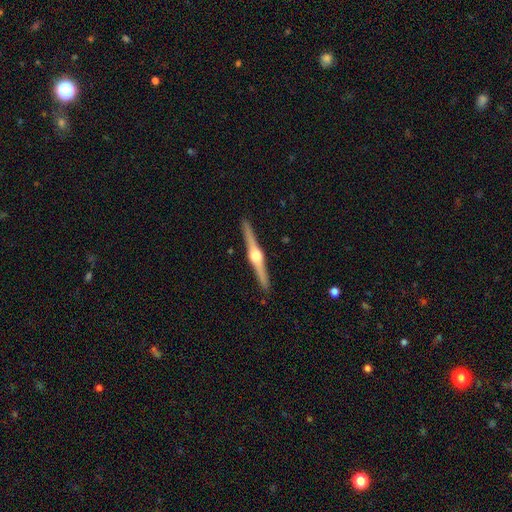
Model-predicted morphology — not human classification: featured or disk 86%, smooth 9%, star or artifact 5%. Down the decision tree: edge-on disk — yes (99%); edge-on bulge — rounded (95%); merging — none (93%).